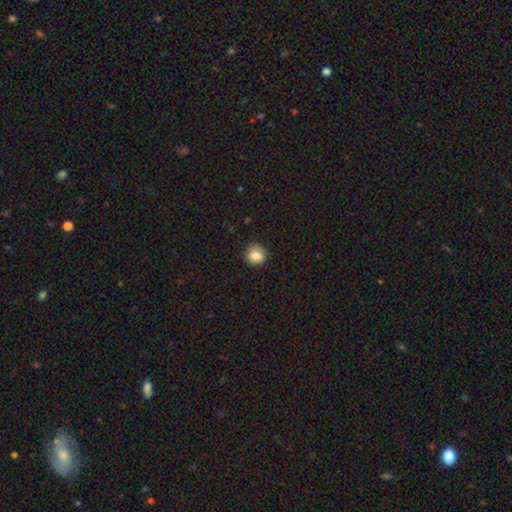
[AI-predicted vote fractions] This appears to be a smooth galaxy with no disk features (84%) that is round (87%). Merging: none (87%).